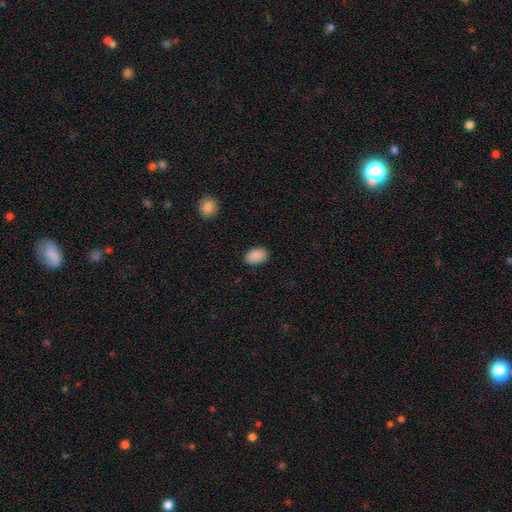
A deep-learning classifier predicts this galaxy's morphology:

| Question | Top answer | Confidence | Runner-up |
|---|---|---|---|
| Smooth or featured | smooth | 90% | star or artifact (7%) |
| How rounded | in between | 89% | round (9%) |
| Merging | none | 88% | minor disturbance (9%) |